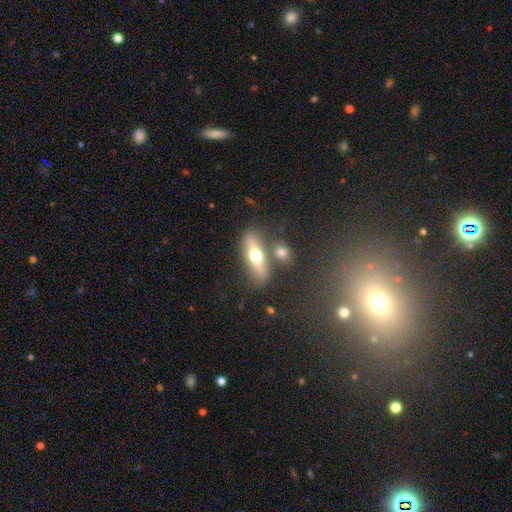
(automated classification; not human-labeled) Smooth or featured?
  - smooth: 47% *
  - featured or disk: 45%
  - star or artifact: 7%
Merging?
  - none: 69% *
  - merger: 15%
  - minor disturbance: 12%
  - major disturbance: 4%